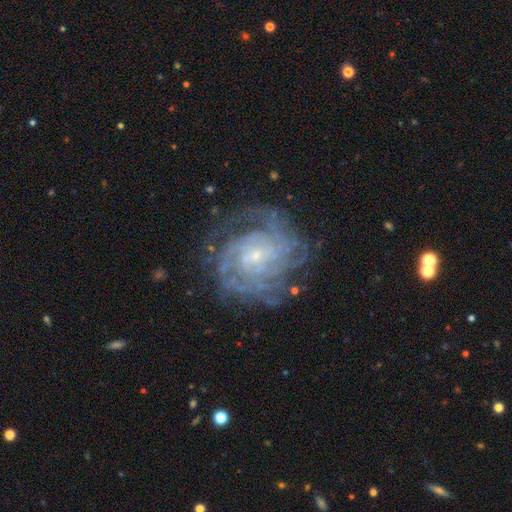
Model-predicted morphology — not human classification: This is clearly a featured or disk galaxy (86%). It is clearly not viewed edge-on (98%). Bar: likely no (66%). Spiral arm pattern: clearly yes (95%). Spiral arm count: marginally can't tell (32%). Spiral winding: likely tight (68%). Central bulge: clearly small (83%). Merging: likely none (72%).